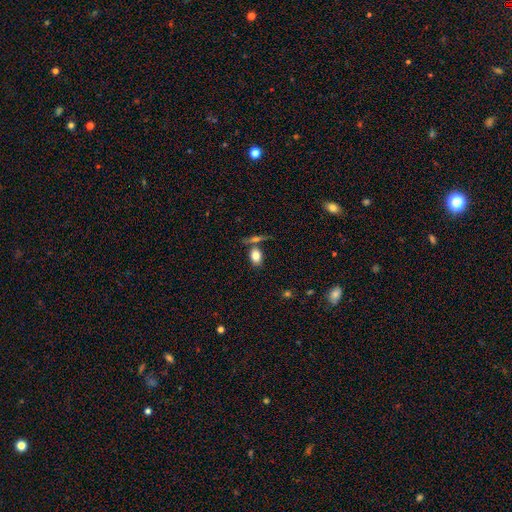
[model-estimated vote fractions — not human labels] Overall: smooth (81%). How rounded: in between (83%). Merging: none (60%; merger 23%).